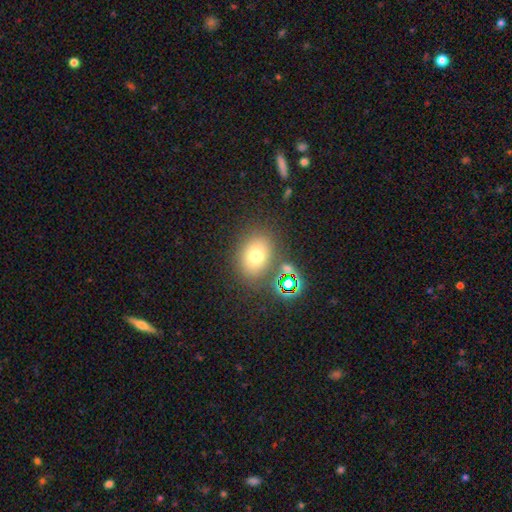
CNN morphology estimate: Q: Smooth or featured?
A: smooth (69%); runner-up: star or artifact (19%)
Q: How rounded?
A: in between (53%); runner-up: round (45%)
Q: Merging?
A: none (76%); runner-up: minor disturbance (11%)